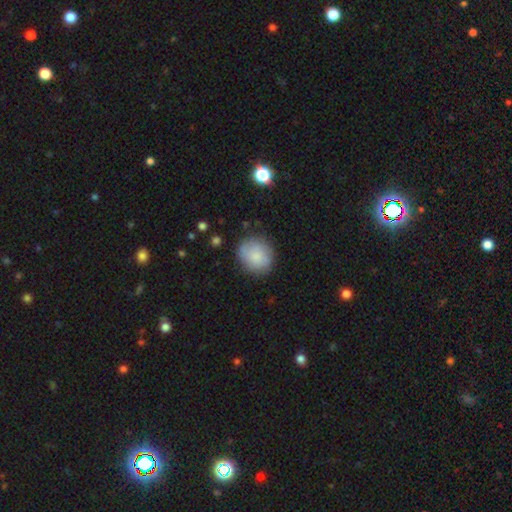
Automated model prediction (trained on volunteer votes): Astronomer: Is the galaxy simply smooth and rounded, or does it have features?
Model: smooth — 75%.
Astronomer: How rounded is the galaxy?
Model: round — 81%.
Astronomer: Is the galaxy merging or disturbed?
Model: none — 75%.